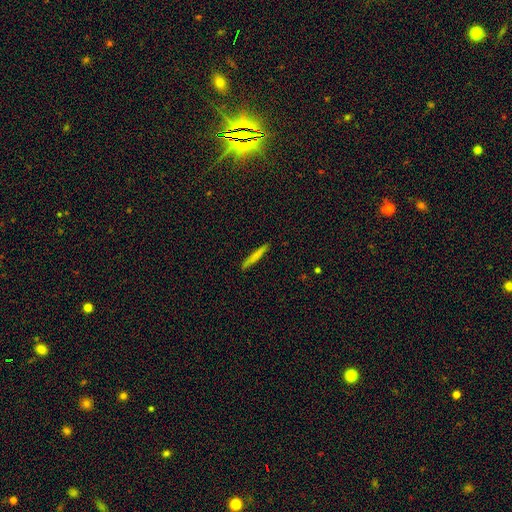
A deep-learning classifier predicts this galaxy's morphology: type=smooth (74%); roundness=cigar-shaped (96%); merging=none (90%).